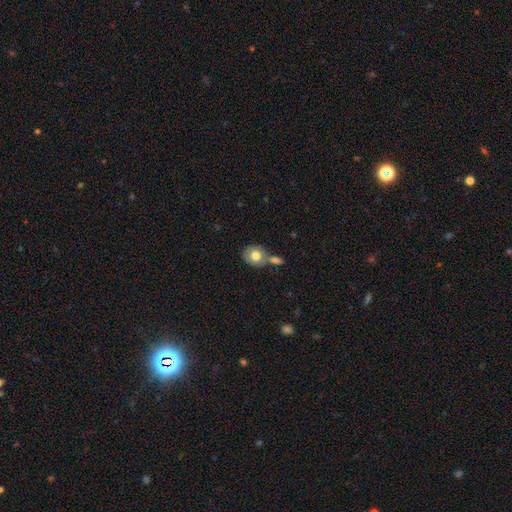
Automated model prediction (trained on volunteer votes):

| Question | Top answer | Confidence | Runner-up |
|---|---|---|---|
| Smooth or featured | smooth | 75% | featured or disk (18%) |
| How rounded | round | 64% | in between (35%) |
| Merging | none | 48% | merger (32%) |